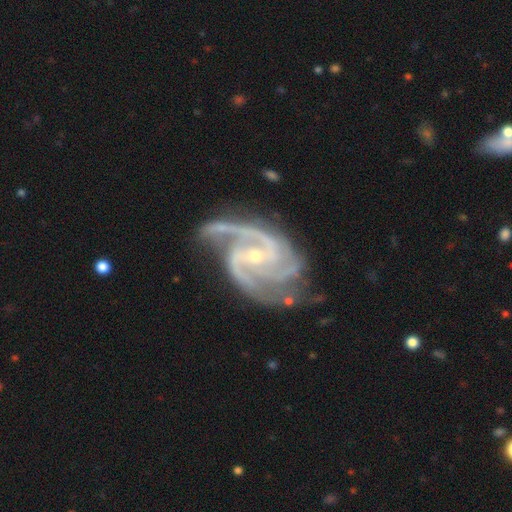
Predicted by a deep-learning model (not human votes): This appears to be a featured or disk galaxy (94%) with a weak bar (39%, tied with no), 3 (48%) medium (55%) spiral arms (99%) and a small central bulge (68%). Merging: none (63%).